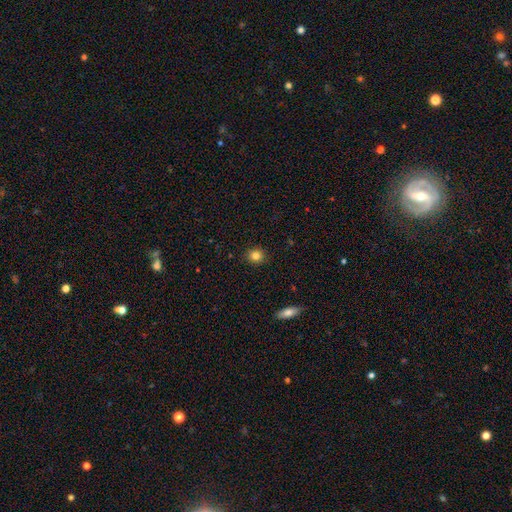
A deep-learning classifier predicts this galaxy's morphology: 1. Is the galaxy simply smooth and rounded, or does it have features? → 83% smooth, 11% star or artifact, 6% featured or disk.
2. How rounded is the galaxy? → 85% round, 13% in between, 1% cigar-shaped.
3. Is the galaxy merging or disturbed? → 91% none, 7% minor disturbance, 2% major disturbance, 1% merger.